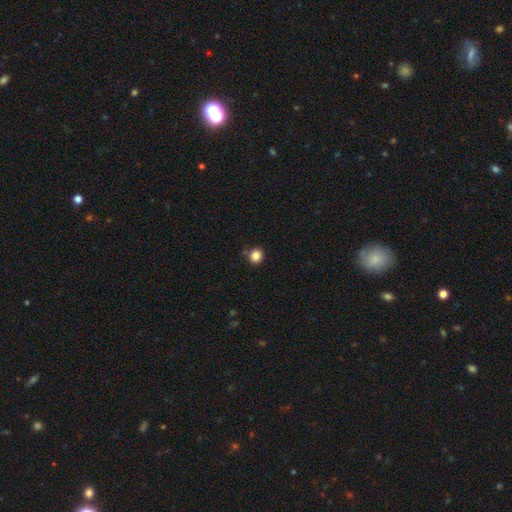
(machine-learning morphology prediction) A smooth galaxy with no disk features (85%) that is round (86%).

Vote fractions:
- Smooth or featured? smooth: 85% / star or artifact: 11% / featured or disk: 3%
- How rounded? round: 86% / in between: 13% / cigar-shaped: 1%
- Merging? none: 84% / minor disturbance: 10% / merger: 4% / major disturbance: 2%